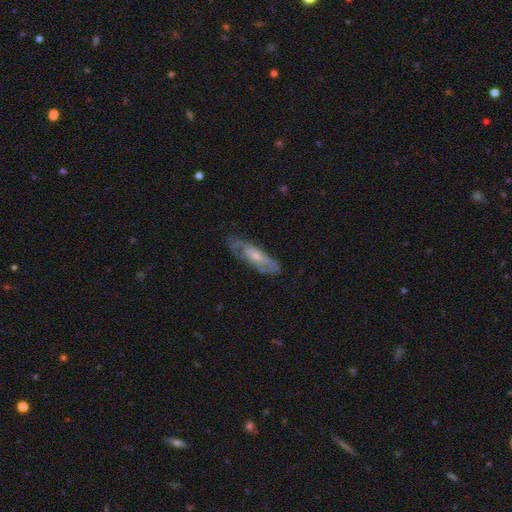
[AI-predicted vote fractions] smooth_or_featured: featured or disk (p=0.67) [alt: smooth p=0.26]
disk_edge_on: no (p=0.70) [alt: yes p=0.30]
merging: none (p=0.70) [alt: minor disturbance p=0.21]